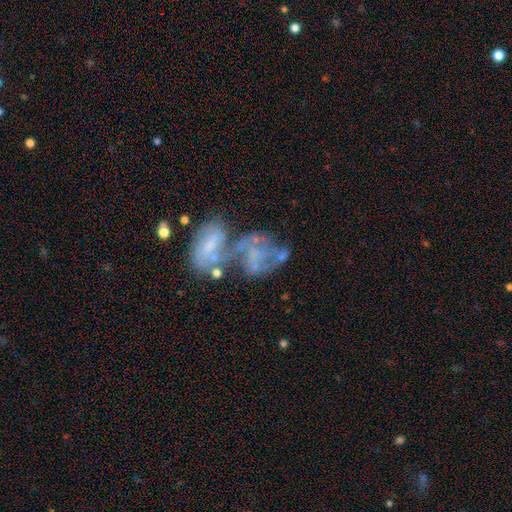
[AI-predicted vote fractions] Smooth or featured?
  - featured or disk: 62% *
  - smooth: 26%
  - star or artifact: 12%
Edge-on disk?
  - no: 97% *
  - yes: 3%
Bar?
  - no: 74% *
  - weak: 18%
  - strong: 8%
Spiral arms?
  - no: 65% *
  - yes: 35%
Bulge size?
  - none: 65% *
  - small: 19%
  - moderate: 12%
  - large: 3%
  - dominant: 1%
Merging?
  - merger: 48% *
  - major disturbance: 21%
  - none: 19%
  - minor disturbance: 12%